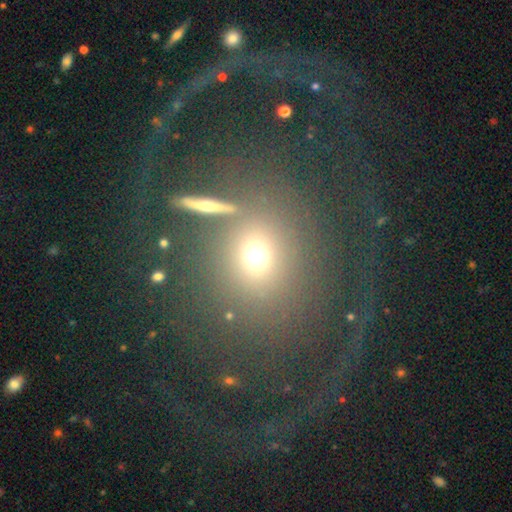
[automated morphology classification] type=smooth (68%); roundness=round (73%); merging=none (68%).